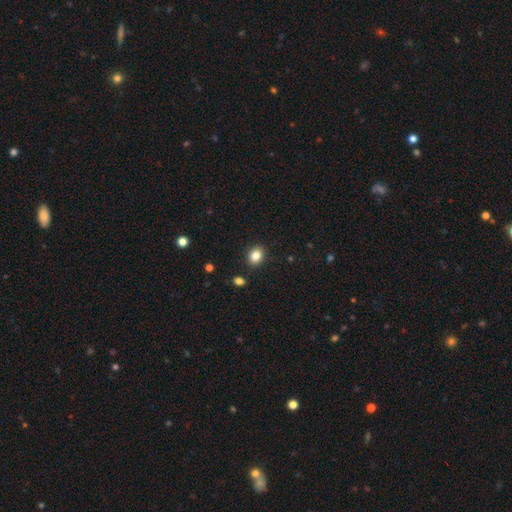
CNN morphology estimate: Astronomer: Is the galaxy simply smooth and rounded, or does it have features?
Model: smooth — 84%.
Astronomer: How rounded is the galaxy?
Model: in between — 56% (runner-up: round, 43%).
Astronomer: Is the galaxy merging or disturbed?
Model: none — 88%.